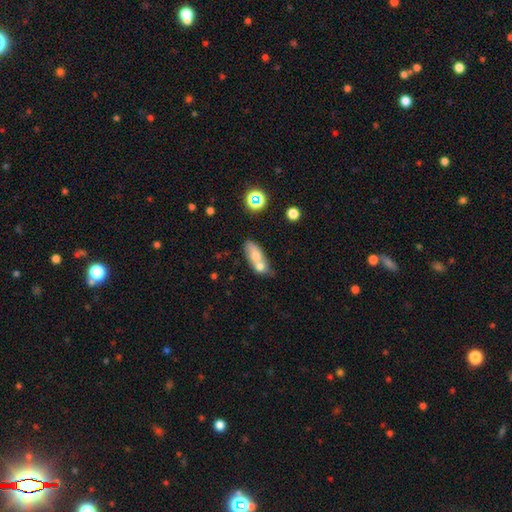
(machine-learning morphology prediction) The model was most divided on "merging": merger: 60%, none: 26%, minor disturbance: 9%, major disturbance: 5%. More confident: how rounded — in between (70%); smooth or featured — smooth (64%).